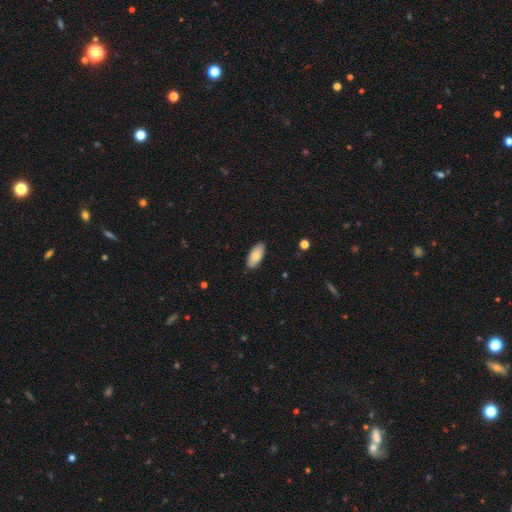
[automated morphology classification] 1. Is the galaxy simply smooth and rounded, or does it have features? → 81% smooth, 13% featured or disk, 6% star or artifact.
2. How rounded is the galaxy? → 91% in between, 8% cigar-shaped, 2% round.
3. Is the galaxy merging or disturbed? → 88% none, 10% minor disturbance, 2% major disturbance, 1% merger.